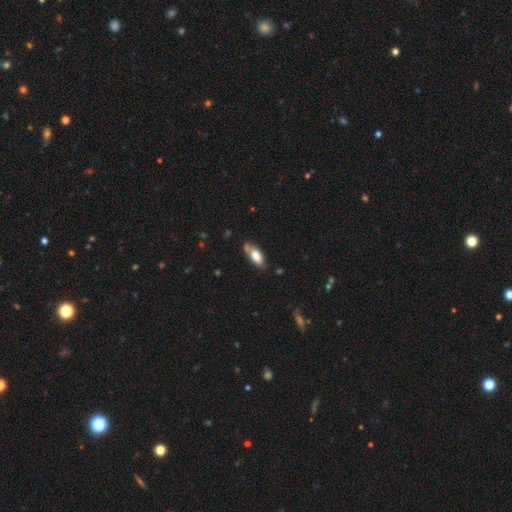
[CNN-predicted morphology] Overall: smooth (77%). How rounded: in between (81%). Merging: none (64%).